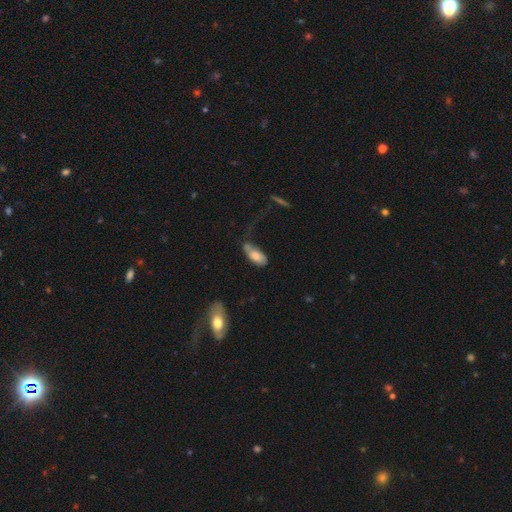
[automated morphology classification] This is likely a smooth galaxy (74%). How rounded: clearly in between (86%). Merging: marginally none (41%).